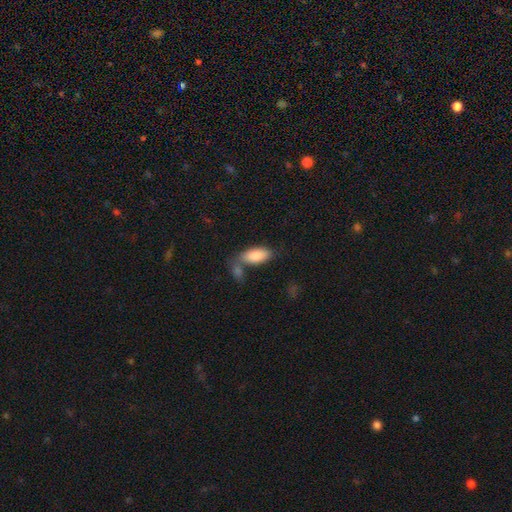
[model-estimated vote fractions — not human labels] Morphology: type=smooth (87%); roundness=in between (90%); merging=none (46%).